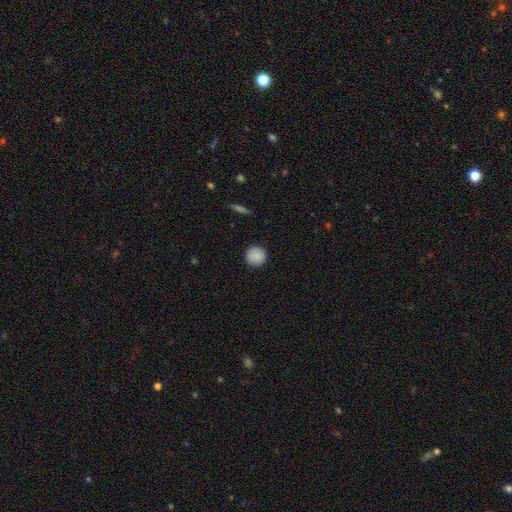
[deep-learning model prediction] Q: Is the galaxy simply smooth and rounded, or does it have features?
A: smooth — 85%.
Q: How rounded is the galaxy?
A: round — 94%.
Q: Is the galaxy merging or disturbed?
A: none — 89%.